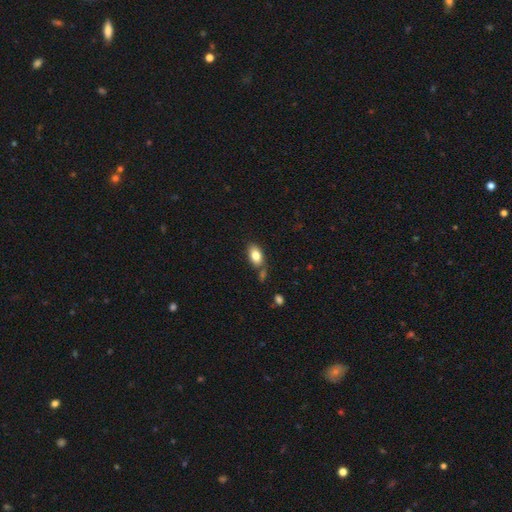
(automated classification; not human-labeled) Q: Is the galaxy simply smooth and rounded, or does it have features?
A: smooth — 82%.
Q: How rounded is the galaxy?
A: in between — 90%.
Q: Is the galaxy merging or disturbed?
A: none — 66%.